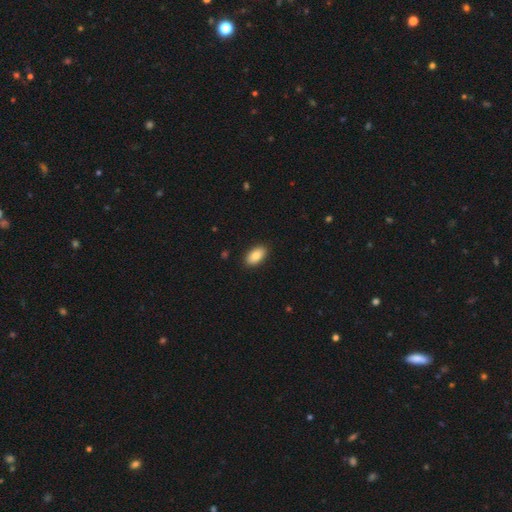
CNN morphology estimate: Overall: smooth (85%). How rounded: in between (93%). Merging: none (89%).